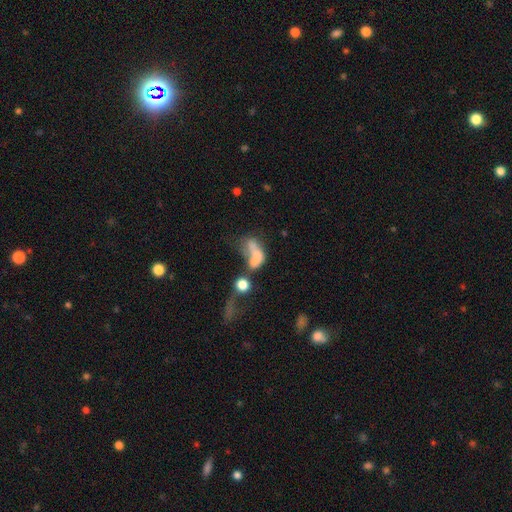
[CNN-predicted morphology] smooth_or_featured: smooth (p=0.54) [alt: featured or disk p=0.33]
how_rounded: in between (p=0.76) [alt: round p=0.17]
merging: merger (p=0.54) [alt: major disturbance p=0.27]